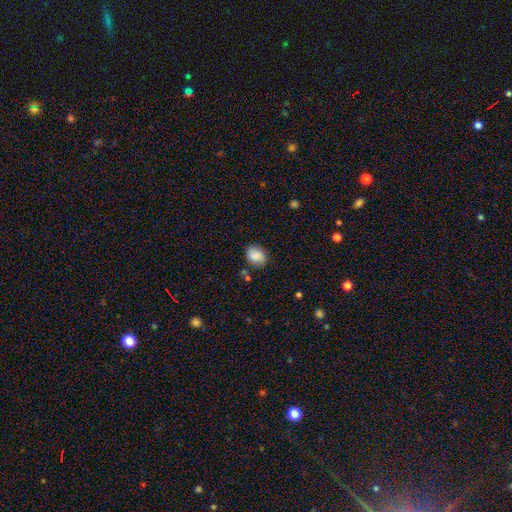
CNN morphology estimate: A smooth galaxy with no disk features (87%) that is in between round and cigar-shaped (63%). Merging: none (78%).